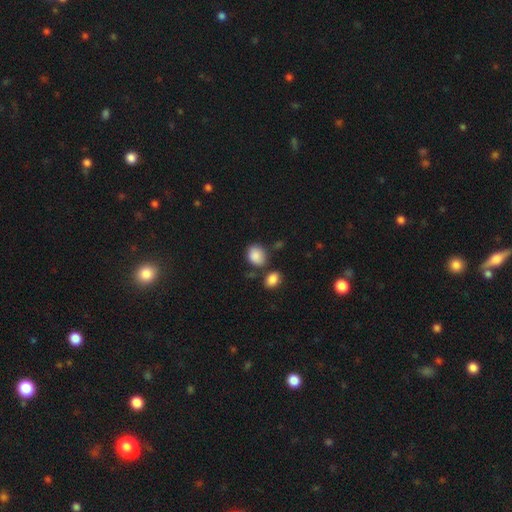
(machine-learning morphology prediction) A smooth galaxy with no disk features (87%) that is in between round and cigar-shaped (51%). Merging: none (66%).